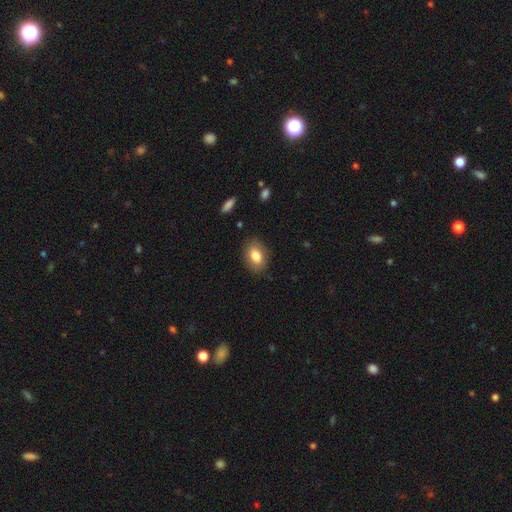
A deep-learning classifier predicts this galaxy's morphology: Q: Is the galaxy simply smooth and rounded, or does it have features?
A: smooth — 81%.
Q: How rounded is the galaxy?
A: in between — 84%.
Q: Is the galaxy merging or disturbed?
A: none — 84%.